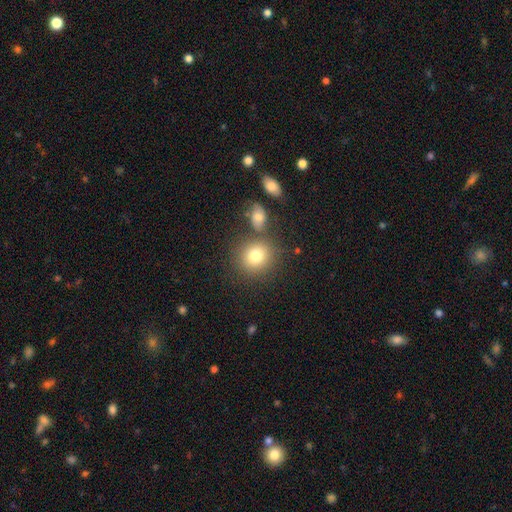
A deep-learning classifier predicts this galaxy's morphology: This is likely a smooth galaxy (79%). How rounded: clearly round (81%). Merging: likely none (72%).